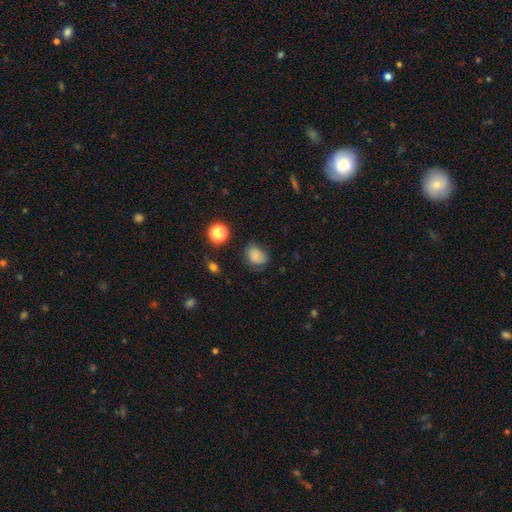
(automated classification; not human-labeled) This is likely a smooth galaxy (78%). How rounded: likely in between (64%). Merging: likely none (61%).